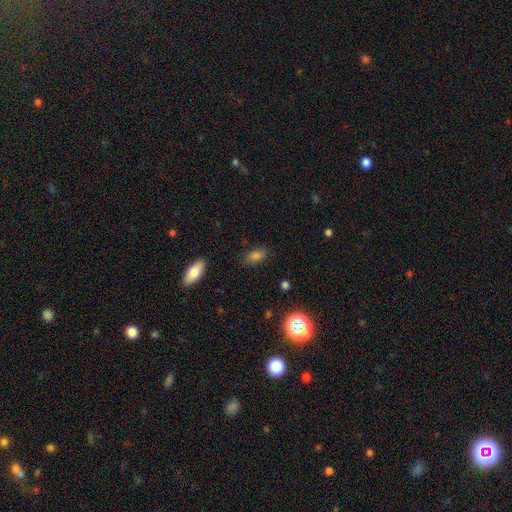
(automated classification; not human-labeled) Smooth or featured? smooth (78%)
How rounded? in between (86%)
Merging? none (83%)